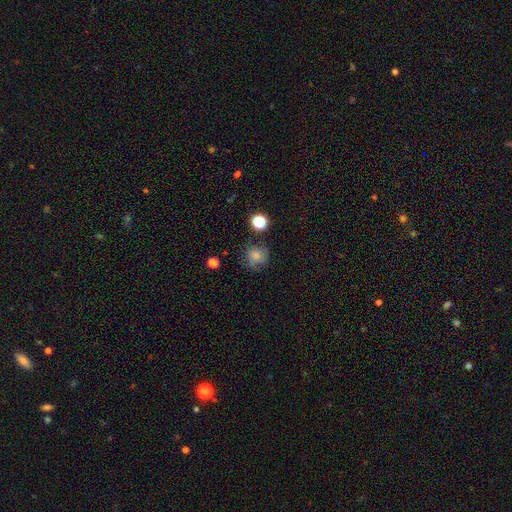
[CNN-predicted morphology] Q: Smooth or featured?
A: smooth (72%); runner-up: star or artifact (14%)
Q: How rounded?
A: round (89%); runner-up: in between (10%)
Q: Merging?
A: none (73%); runner-up: minor disturbance (17%)